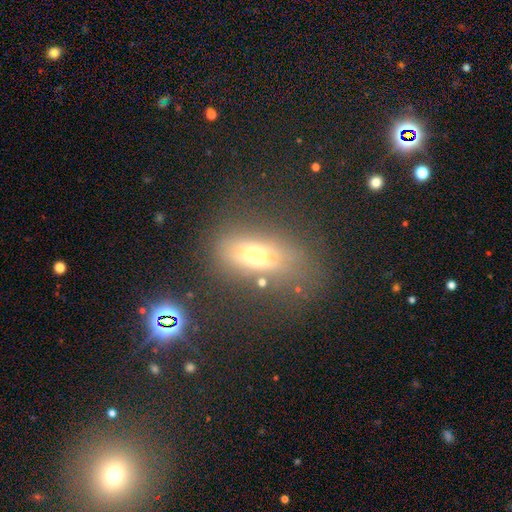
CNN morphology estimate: This appears to be a smooth galaxy with no disk features (56%) that is in between round and cigar-shaped (72%). Merging: none (60%).